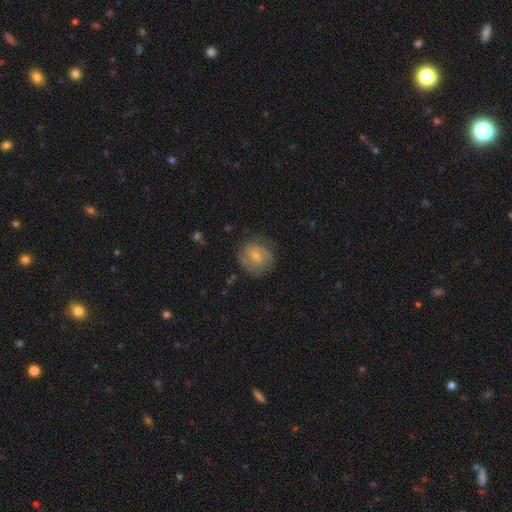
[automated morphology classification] Smooth or featured?
  - featured or disk: 69% *
  - smooth: 24%
  - star or artifact: 7%
Edge-on disk?
  - no: 98% *
  - yes: 2%
Bar?
  - weak: 49% *
  - no: 43%
  - strong: 9%
Spiral arms?
  - yes: 91% *
  - no: 9%
Spiral winding?
  - tight: 46% *
  - medium: 40%
  - loose: 14%
Spiral arm count?
  - 2: 38% *
  - can't tell: 28%
  - 3: 19%
  - 4: 6%
  - 1: 5%
  - more than 4: 4%
Bulge size?
  - small: 63% *
  - moderate: 27%
  - none: 7%
  - large: 2%
  - dominant: 1%
Merging?
  - none: 73% *
  - minor disturbance: 18%
  - major disturbance: 8%
  - merger: 1%